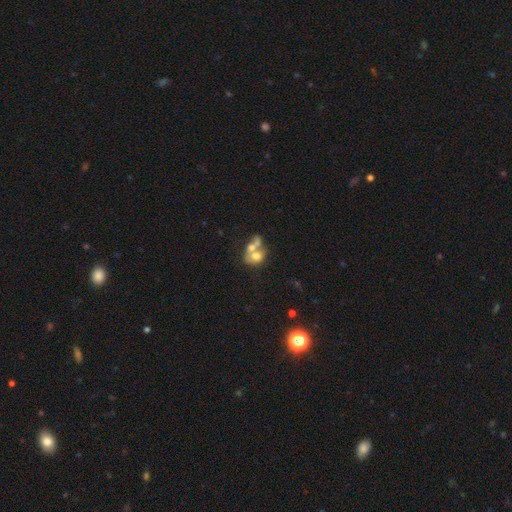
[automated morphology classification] A smooth galaxy with no disk features (56%) that is in between round and cigar-shaped (61%). Merging: merger (70%).